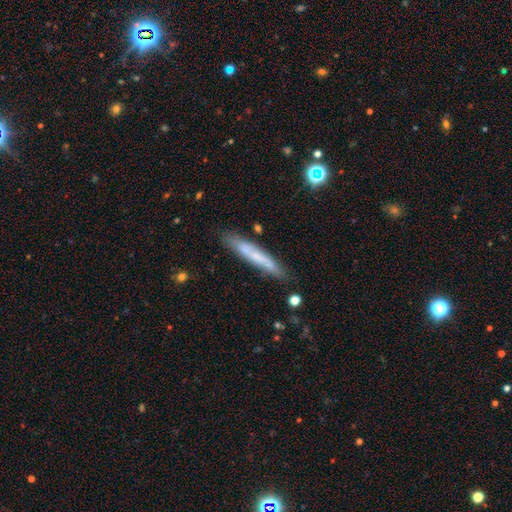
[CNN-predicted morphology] The model was most divided on "smooth or featured": smooth: 56%, featured or disk: 36%, star or artifact: 7%. More confident: how rounded — cigar-shaped (94%); merging — none (80%).